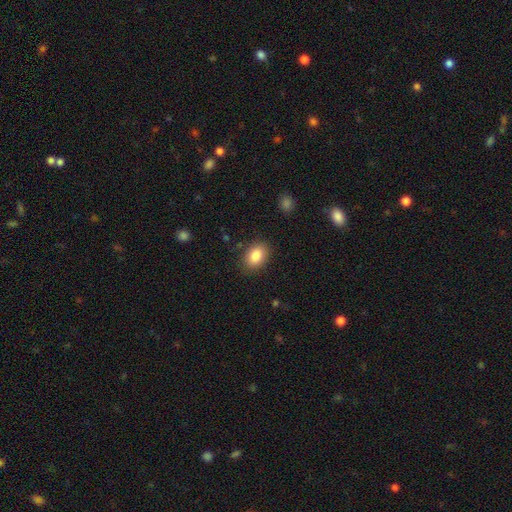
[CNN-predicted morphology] Smooth or featured? smooth (85%)
How rounded? in between (79%)
Merging? none (86%)